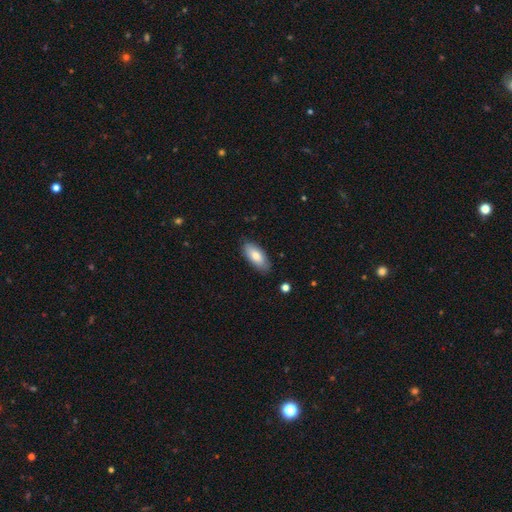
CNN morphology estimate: This is likely a smooth galaxy (78%). How rounded: clearly in between (86%). Merging: clearly none (84%).